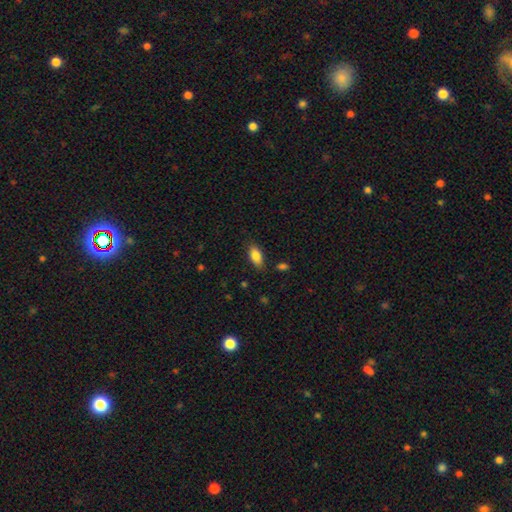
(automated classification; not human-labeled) Q: Smooth or featured?
A: smooth (84%); runner-up: featured or disk (8%)
Q: How rounded?
A: in between (88%); runner-up: cigar-shaped (9%)
Q: Merging?
A: none (81%); runner-up: minor disturbance (14%)